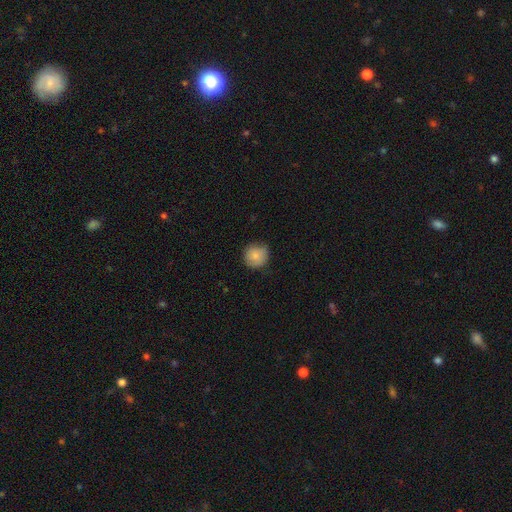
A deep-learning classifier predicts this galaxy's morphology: Smooth or featured: smooth — 83% (featured or disk — 9%)
How rounded: round — 91% (in between — 8%)
Merging: none — 75% (minor disturbance — 20%)